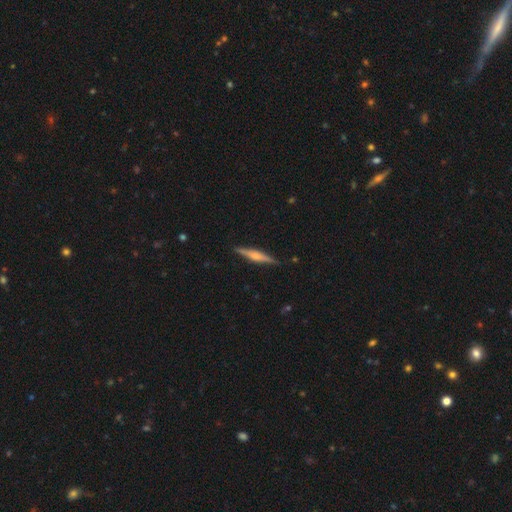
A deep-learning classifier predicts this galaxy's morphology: Q: Smooth or featured?
A: featured or disk (62%); runner-up: smooth (32%)
Q: Edge-on disk?
A: yes (97%); runner-up: no (3%)
Q: Edge-on bulge?
A: rounded (68%); runner-up: boxy (19%)
Q: Merging?
A: none (88%); runner-up: minor disturbance (9%)